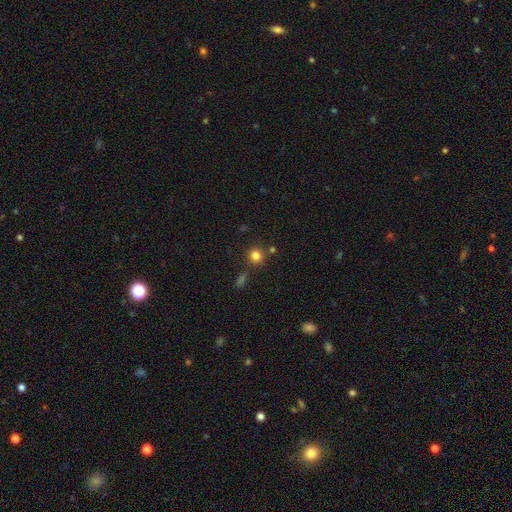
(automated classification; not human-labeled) Smooth or featured?
  - smooth: 82% *
  - star or artifact: 13%
  - featured or disk: 5%
How rounded?
  - round: 92% *
  - in between: 7%
  - cigar-shaped: 1%
Merging?
  - none: 81% *
  - minor disturbance: 8%
  - merger: 7%
  - major disturbance: 3%